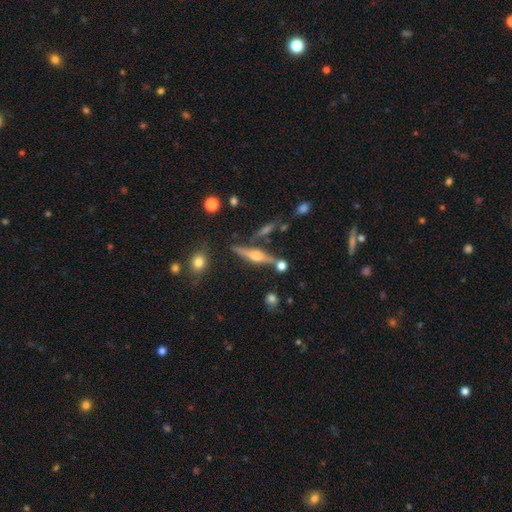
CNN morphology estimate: featured or disk 75%, smooth 16%, star or artifact 8%. Down the decision tree: edge-on disk — yes (96%); edge-on bulge — rounded (92%); merging — none (75%).